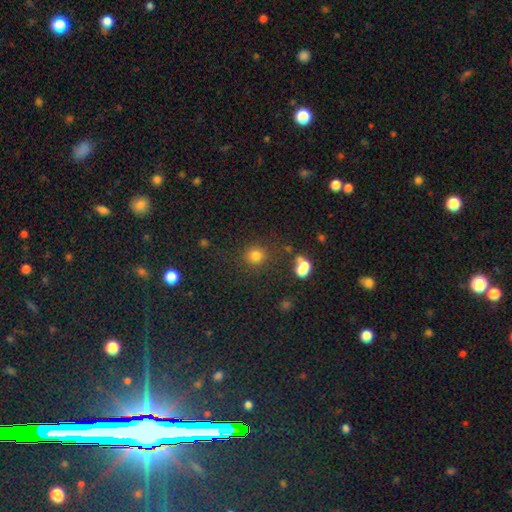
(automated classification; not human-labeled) Overall: smooth (79%). How rounded: round (90%). Merging: none (81%).